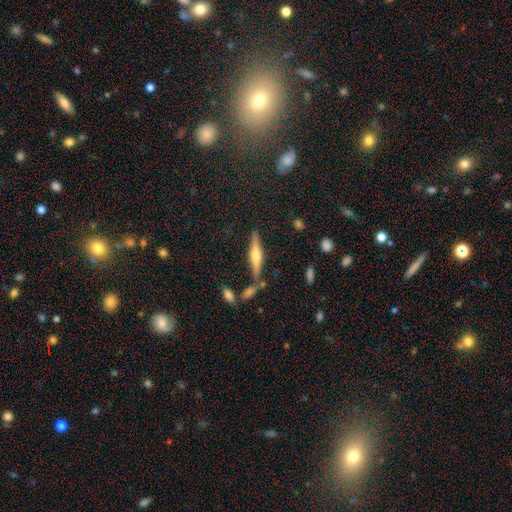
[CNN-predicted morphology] smooth_or_featured: featured or disk (p=0.60) [alt: smooth p=0.32]
disk_edge_on: yes (p=0.96) [alt: no p=0.04]
edge_on_bulge: rounded (p=0.79) [alt: boxy p=0.13]
merging: none (p=0.78) [alt: minor disturbance p=0.12]